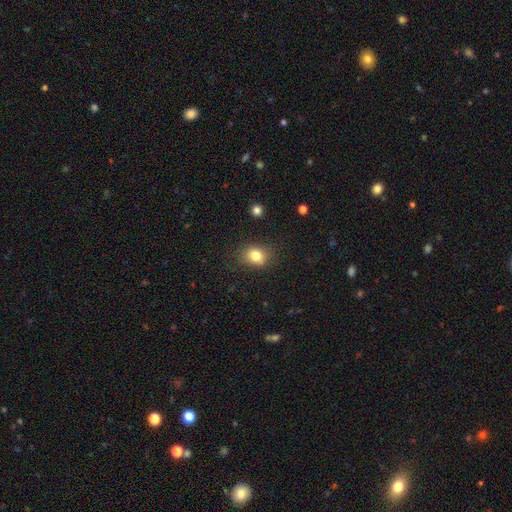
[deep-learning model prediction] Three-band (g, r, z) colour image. It shows a smooth galaxy with no disk features (81%) that is in between round and cigar-shaped (52%). Merging: none (81%).